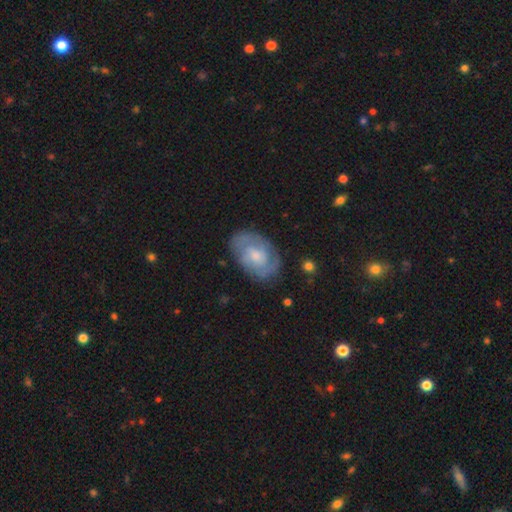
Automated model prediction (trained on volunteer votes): The model was most divided on "bulge size": moderate: 44%, small: 40%, none: 8%, large: 7%, dominant: 1%. More confident: edge-on disk — no (96%); spiral arms — yes (89%); merging — none (78%); smooth or featured — featured or disk (71%); bar — no (61%); spiral winding — tight (58%); spiral arm count — 2 (53%).